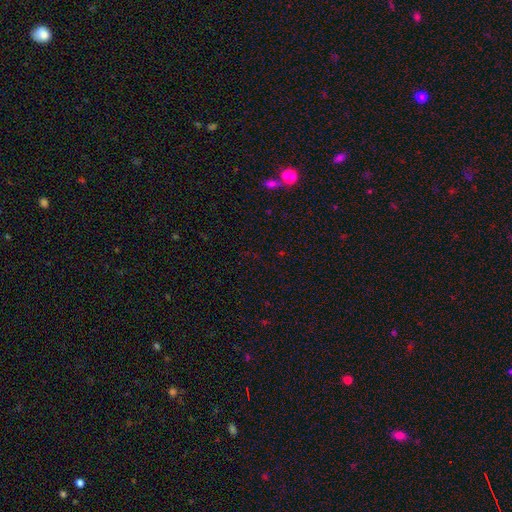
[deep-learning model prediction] Smooth or featured?
  - star or artifact: 68% *
  - smooth: 24%
  - featured or disk: 7%